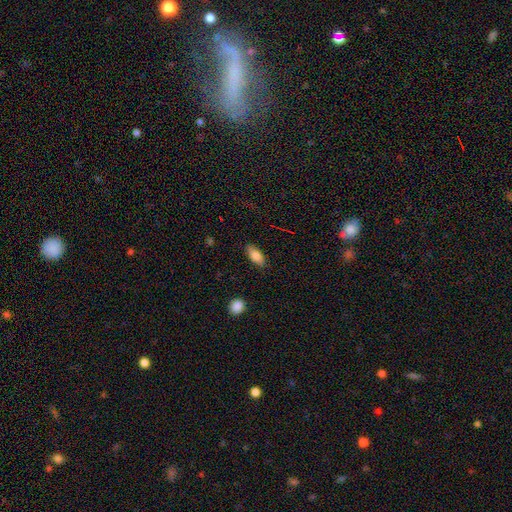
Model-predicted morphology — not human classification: Q: Smooth or featured?
A: smooth (81%); runner-up: featured or disk (12%)
Q: How rounded?
A: in between (82%); runner-up: cigar-shaped (15%)
Q: Merging?
A: none (85%); runner-up: minor disturbance (11%)